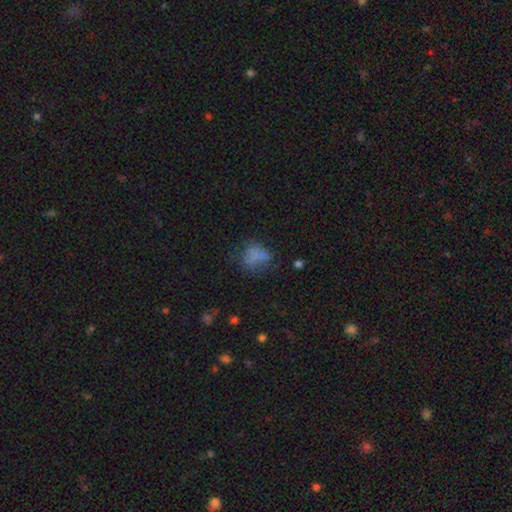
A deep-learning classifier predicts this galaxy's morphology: Smooth or featured?
  - smooth: 68% *
  - featured or disk: 16%
  - star or artifact: 16%
How rounded?
  - in between: 56% *
  - round: 42%
  - cigar-shaped: 2%
Merging?
  - none: 45% *
  - minor disturbance: 26%
  - major disturbance: 25%
  - merger: 4%